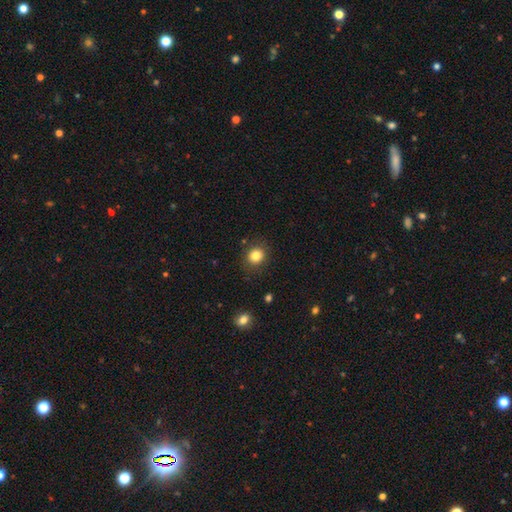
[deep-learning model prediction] Q: Smooth or featured?
A: smooth (83%); runner-up: star or artifact (11%)
Q: How rounded?
A: round (78%); runner-up: in between (21%)
Q: Merging?
A: none (86%); runner-up: minor disturbance (10%)